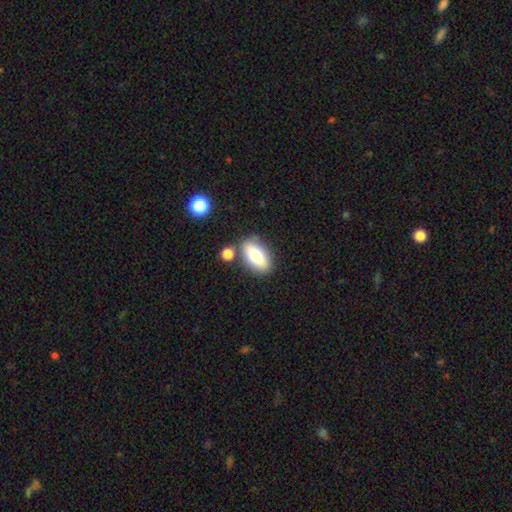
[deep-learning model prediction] Smooth or featured: smooth — 71% (featured or disk — 21%)
How rounded: in between — 86% (cigar-shaped — 8%)
Merging: none — 77% (minor disturbance — 11%)